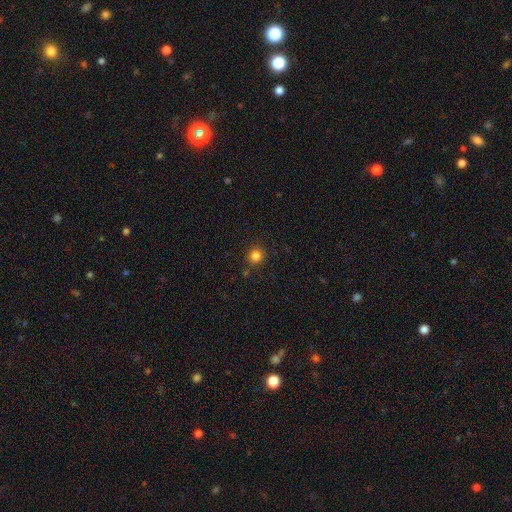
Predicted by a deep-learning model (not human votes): Smooth or featured? Predicted: smooth (p=0.83). How rounded? Predicted: round (p=0.90). Merging? Predicted: none (p=0.87).